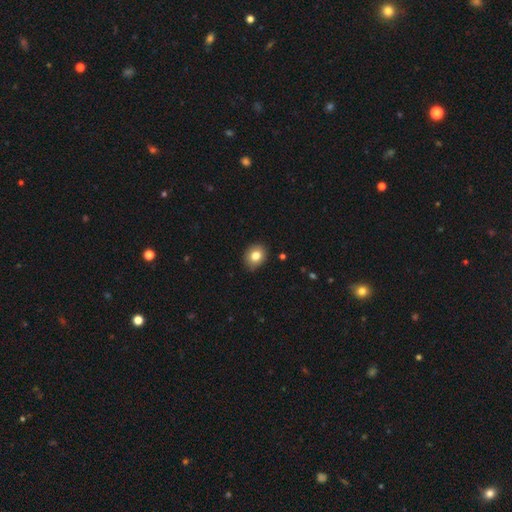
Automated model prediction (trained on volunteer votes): smooth_or_featured: smooth (p=0.82) [alt: star or artifact p=0.09]
how_rounded: round (p=0.54) [alt: in between p=0.46]
merging: none (p=0.86) [alt: minor disturbance p=0.11]